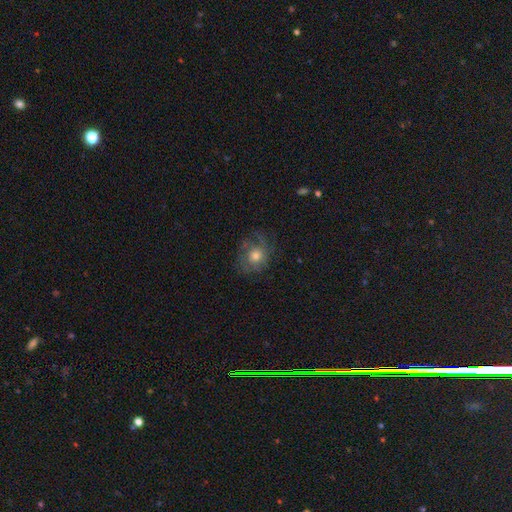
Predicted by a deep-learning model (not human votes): Q: Smooth or featured?
A: smooth (53%); runner-up: featured or disk (35%)
Q: How rounded?
A: round (72%); runner-up: in between (27%)
Q: Merging?
A: none (64%); runner-up: minor disturbance (21%)